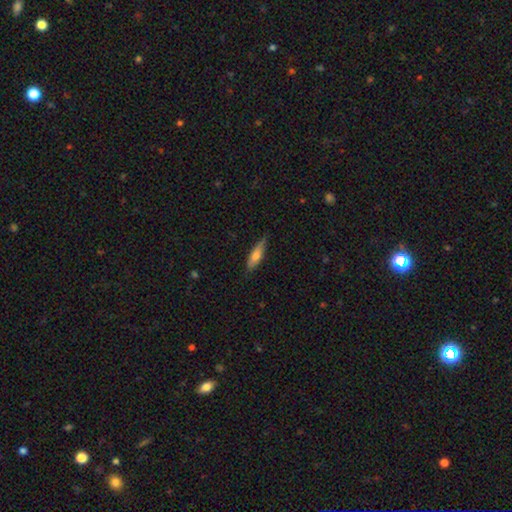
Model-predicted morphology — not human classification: Smooth or featured? smooth (63%)
How rounded? cigar-shaped (66%)
Merging? none (77%)